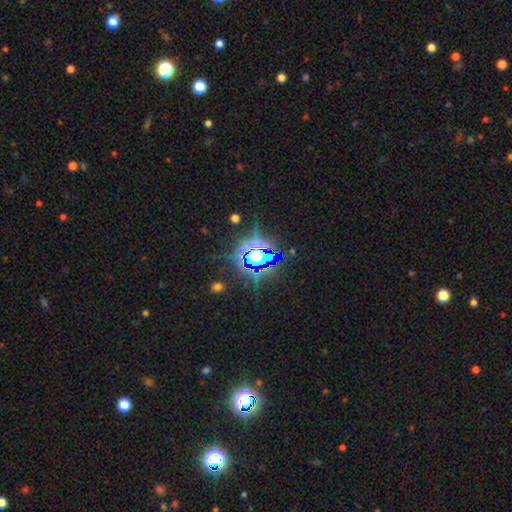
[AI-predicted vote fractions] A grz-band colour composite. It shows a star or artifact, not a galaxy (76%).